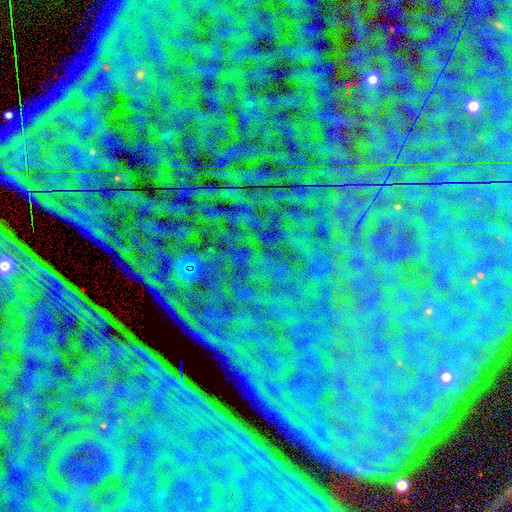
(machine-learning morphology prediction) star or artifact 86%, smooth 7%, featured or disk 7%.